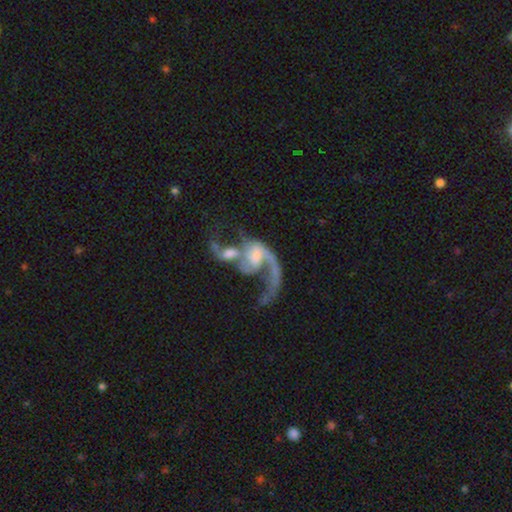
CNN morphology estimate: Overall: featured or disk (82%). Edge-on disk: no (97%). Bar: no (53%; weak 35%). Spiral arms: yes (88%). Spiral arm count: 2 (51%; 1 38%). Spiral winding: loose (75%). Bulge size: moderate (33%; small 27%). Merging: merger (55%; major disturbance 23%).